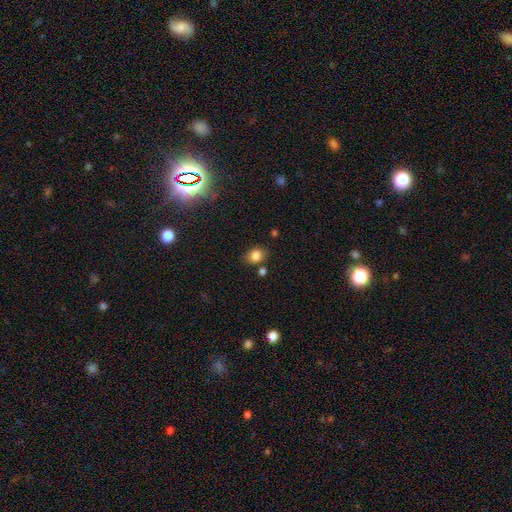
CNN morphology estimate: Smooth or featured: smooth — 82% (star or artifact — 12%)
How rounded: in between — 51% (round — 48%)
Merging: none — 74% (minor disturbance — 15%)